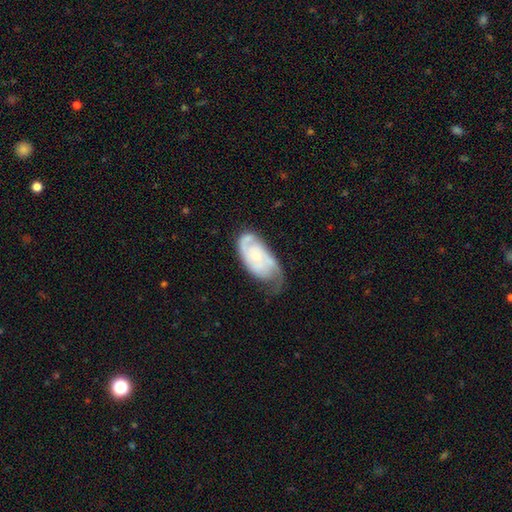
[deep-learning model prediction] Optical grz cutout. It shows a featured or disk galaxy (77%) with no bar (75%), 2 (55%) tight (50%) spiral arms (91%) and a small central bulge (59%). Merging: none (48%).